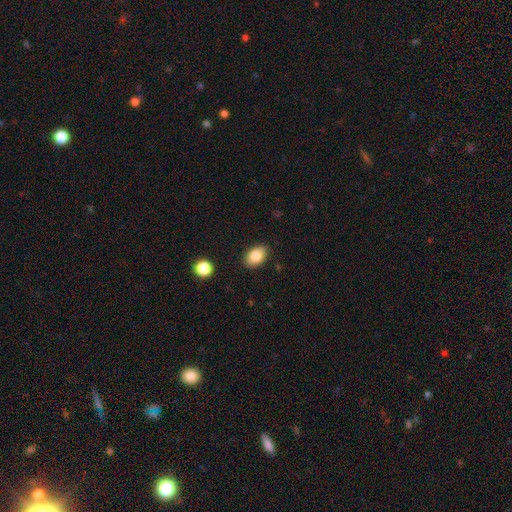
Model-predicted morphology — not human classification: Smooth or featured? smooth (84%)
How rounded? in between (88%)
Merging? none (87%)